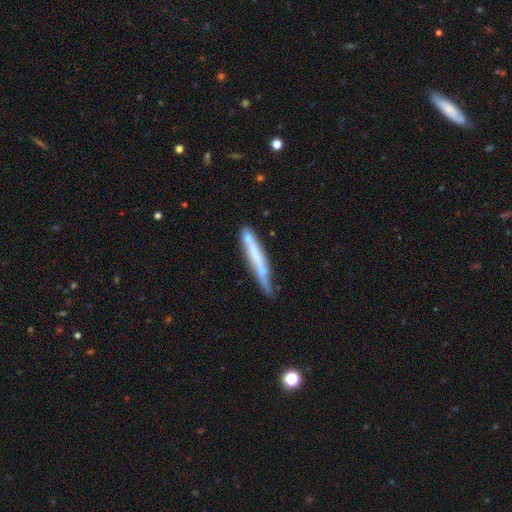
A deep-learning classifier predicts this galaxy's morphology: Smooth or featured?
  - smooth: 53% *
  - featured or disk: 40%
  - star or artifact: 7%
How rounded?
  - cigar-shaped: 95% *
  - in between: 4%
  - round: 1%
Merging?
  - none: 63% *
  - minor disturbance: 26%
  - major disturbance: 6%
  - merger: 5%